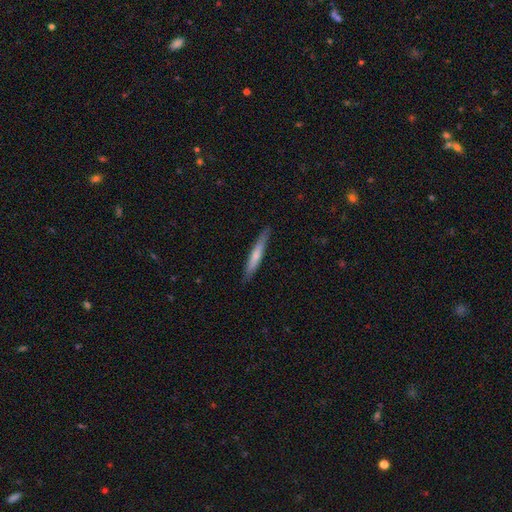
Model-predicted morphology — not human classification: type=smooth (62%); roundness=cigar-shaped (94%); merging=none (88%).